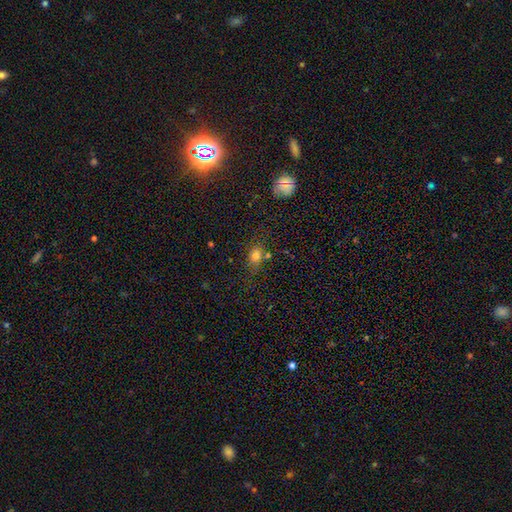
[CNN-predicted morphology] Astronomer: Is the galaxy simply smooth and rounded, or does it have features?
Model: smooth — 74%.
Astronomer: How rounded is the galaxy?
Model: in between — 55% (runner-up: round, 41%).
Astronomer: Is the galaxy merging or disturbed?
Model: none — 65%.